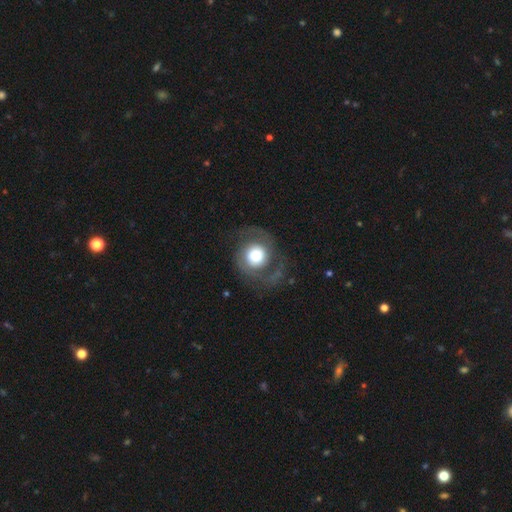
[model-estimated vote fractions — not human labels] Smooth or featured: featured or disk — 59% (smooth — 34%)
Edge-on disk: no — 97% (yes — 3%)
Bar: no — 79% (weak — 16%)
Spiral arms: yes — 74% (no — 26%)
Bulge size: large — 48% (moderate — 27%)
Merging: none — 69% (minor disturbance — 15%)